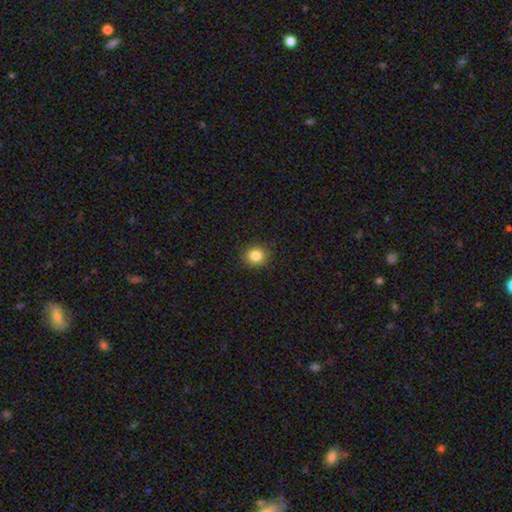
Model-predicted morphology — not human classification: A smooth galaxy with no disk features (84%) that is round (84%).

Vote fractions:
- Smooth or featured? smooth: 84% / star or artifact: 11% / featured or disk: 5%
- How rounded? round: 84% / in between: 15% / cigar-shaped: 1%
- Merging? none: 89% / minor disturbance: 7% / major disturbance: 2% / merger: 1%